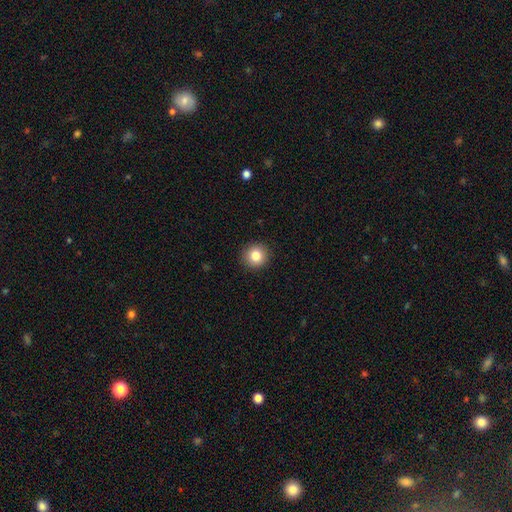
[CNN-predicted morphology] smooth_or_featured: smooth (p=0.84) [alt: star or artifact p=0.10]
how_rounded: round (p=0.93) [alt: in between p=0.06]
merging: none (p=0.92) [alt: minor disturbance p=0.05]